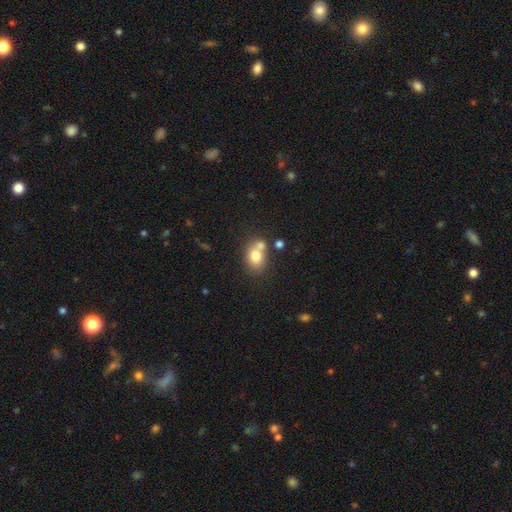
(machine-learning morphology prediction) Q: Smooth or featured?
A: smooth (75%); runner-up: featured or disk (14%)
Q: How rounded?
A: in between (56%); runner-up: round (43%)
Q: Merging?
A: none (48%); runner-up: merger (35%)